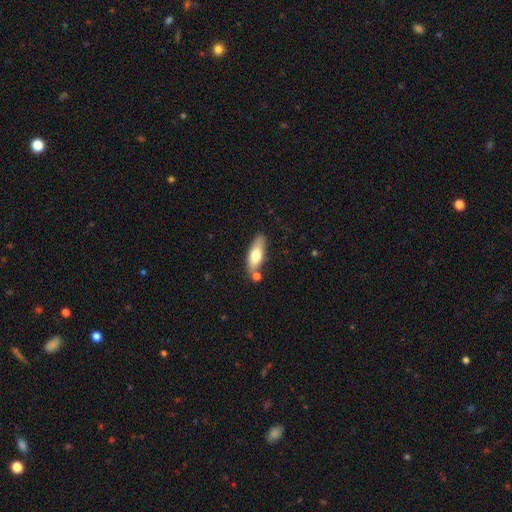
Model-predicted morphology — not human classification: The model was most divided on "how rounded": in between: 63%, cigar-shaped: 34%, round: 3%. More confident: merging — none (71%); smooth or featured — smooth (68%).